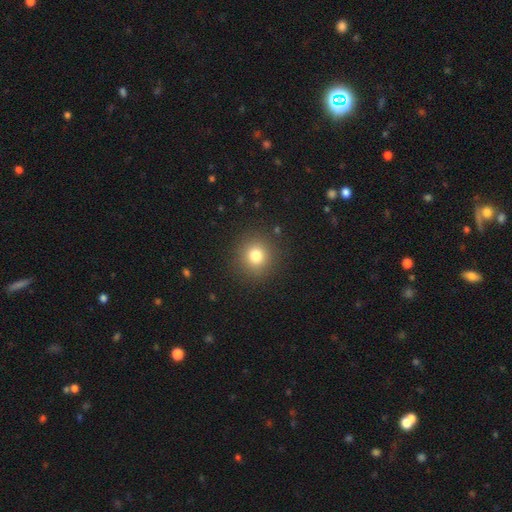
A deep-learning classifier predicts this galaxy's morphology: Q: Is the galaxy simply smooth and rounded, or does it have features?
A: smooth — 78%.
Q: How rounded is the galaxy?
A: round — 91%.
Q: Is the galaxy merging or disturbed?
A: none — 90%.